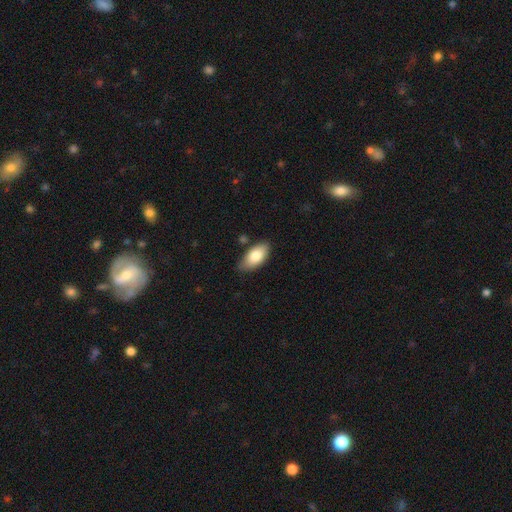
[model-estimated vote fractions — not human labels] smooth_or_featured: smooth (p=0.81) [alt: featured or disk p=0.12]
how_rounded: in between (p=0.93) [alt: cigar-shaped p=0.04]
merging: none (p=0.77) [alt: minor disturbance p=0.17]